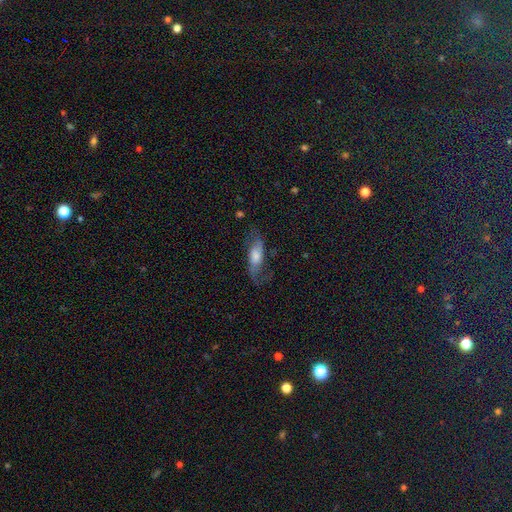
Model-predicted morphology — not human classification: Overall: featured or disk (54%; smooth 38%). Edge-on disk: no (80%). Merging: none (55%; minor disturbance 22%).